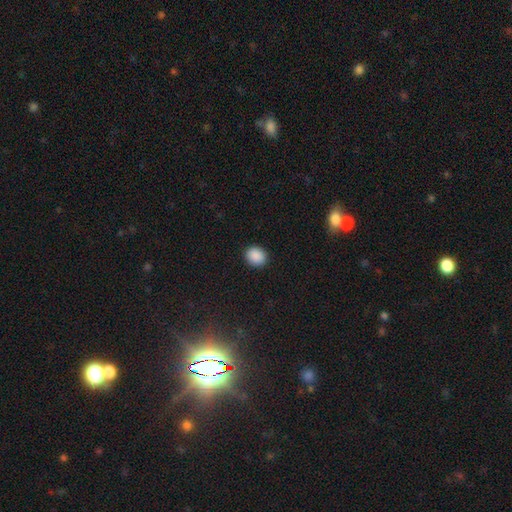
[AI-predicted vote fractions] Smooth or featured?
  - smooth: 89% *
  - star or artifact: 8%
  - featured or disk: 3%
How rounded?
  - round: 71% *
  - in between: 28%
  - cigar-shaped: 1%
Merging?
  - none: 91% *
  - minor disturbance: 6%
  - major disturbance: 2%
  - merger: 1%